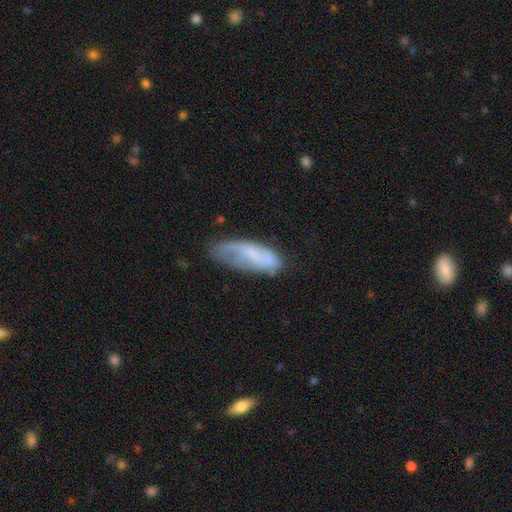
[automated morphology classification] A smooth galaxy with no disk features (49%). Merging: none (42%).